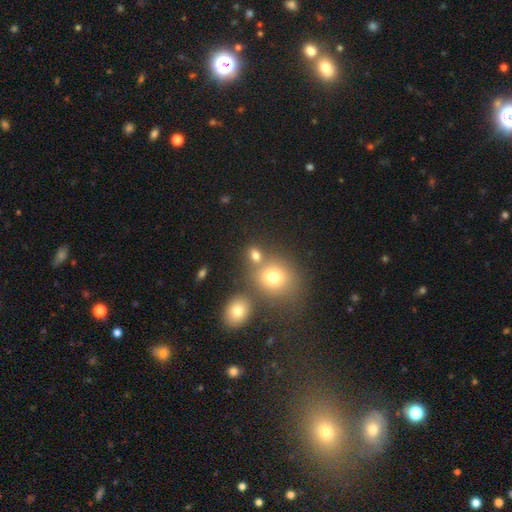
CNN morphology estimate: Smooth or featured? smooth (74%)
How rounded? round (61%)
Merging? none (59%)